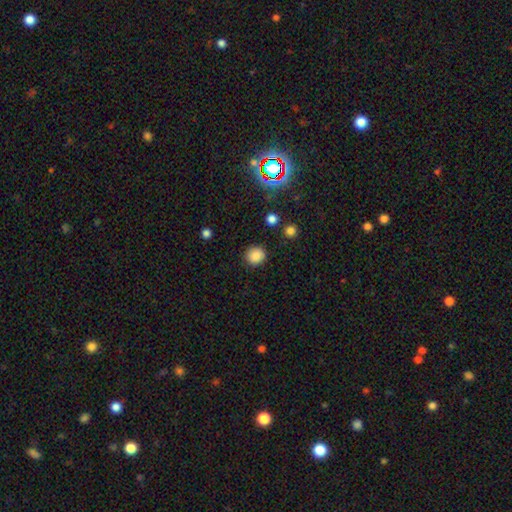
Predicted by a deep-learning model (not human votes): A smooth galaxy with no disk features (85%) that is round (88%). Merging: none (88%).